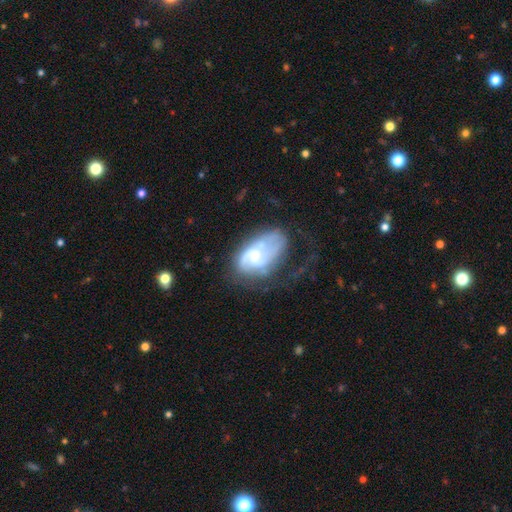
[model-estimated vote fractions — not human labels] The model was most divided on "merging" (2-way tie): none: 34%, major disturbance: 34%, minor disturbance: 25%, merger: 6%. Remaining: edge-on disk — no (97%); spiral arms — yes (83%); smooth or featured — featured or disk (72%); bar — no (59%); bulge size — small (52%); spiral arm count — 2 (48%); spiral winding — medium (41%).